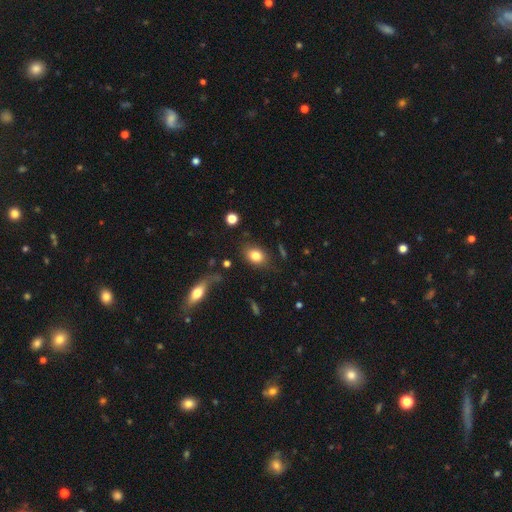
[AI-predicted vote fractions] A smooth galaxy with no disk features (82%) that is in between round and cigar-shaped (71%). Merging: none (78%).